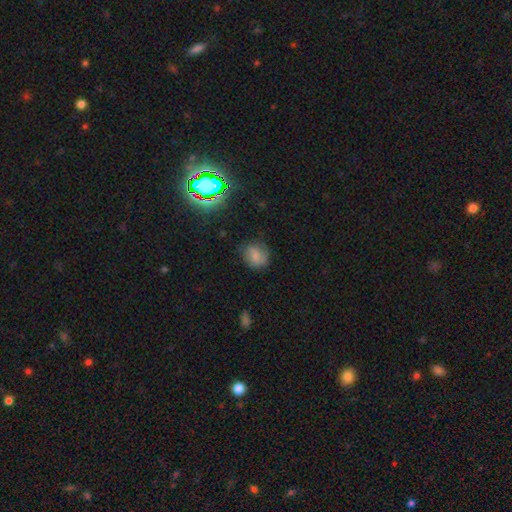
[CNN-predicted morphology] Overall: smooth (64%). How rounded: round (70%). Merging: none (72%).